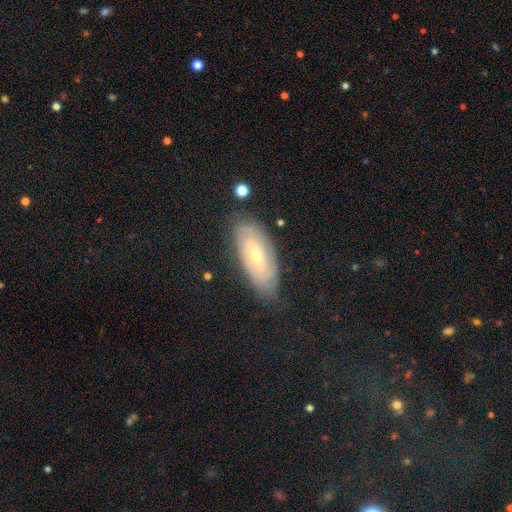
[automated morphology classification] This is likely a featured or disk galaxy (63%). It is clearly not viewed edge-on (87%). Bar: likely no (67%). Spiral arm pattern: likely yes (74%). Central bulge: possibly small (56%). Merging: likely none (77%).